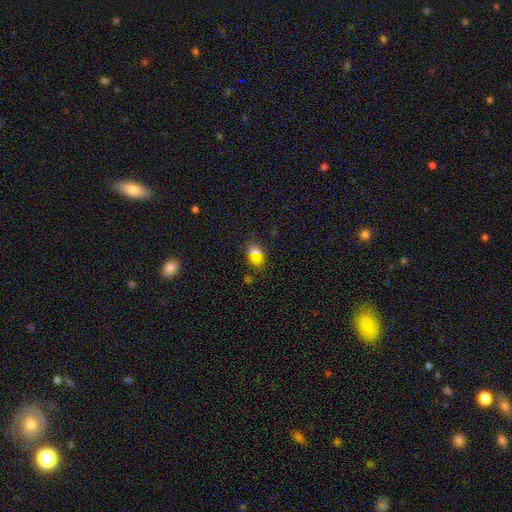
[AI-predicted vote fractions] The model was most divided on "smooth or featured": smooth: 68%, star or artifact: 20%, featured or disk: 11%. More confident: merging — none (78%); how rounded — in between (76%).